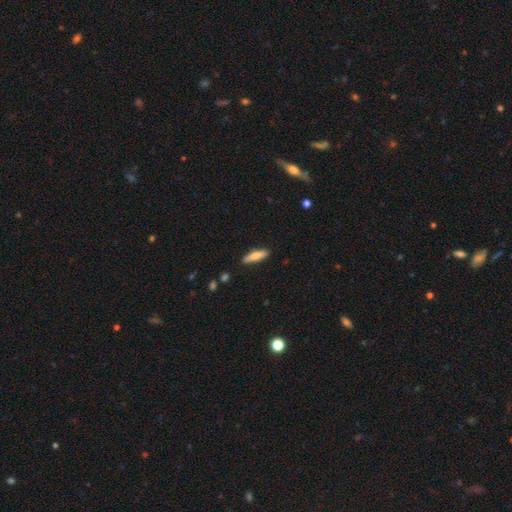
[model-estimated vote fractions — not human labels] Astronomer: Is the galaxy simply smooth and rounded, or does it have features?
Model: smooth — 74%.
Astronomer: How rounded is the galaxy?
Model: cigar-shaped — 70%.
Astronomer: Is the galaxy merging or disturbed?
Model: none — 88%.